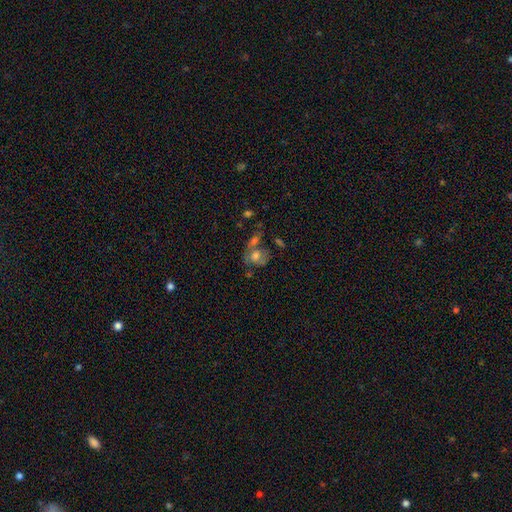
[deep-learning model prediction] smooth_or_featured: smooth (p=0.54) [alt: featured or disk p=0.35]
how_rounded: in between (p=0.54) [alt: round p=0.44]
merging: merger (p=0.42) [alt: none p=0.27]